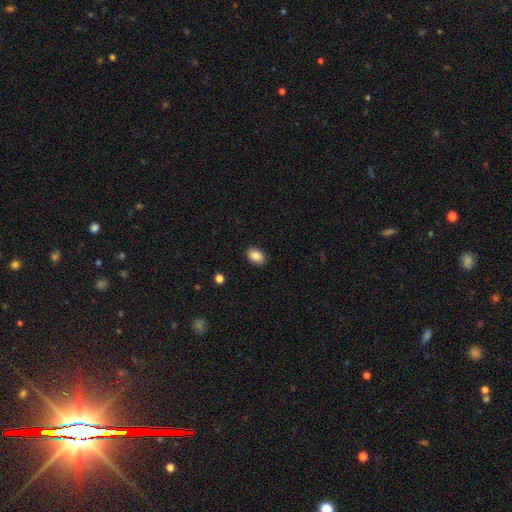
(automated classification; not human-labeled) Smooth or featured: smooth — 86% (star or artifact — 8%)
How rounded: in between — 82% (round — 17%)
Merging: none — 89% (minor disturbance — 8%)